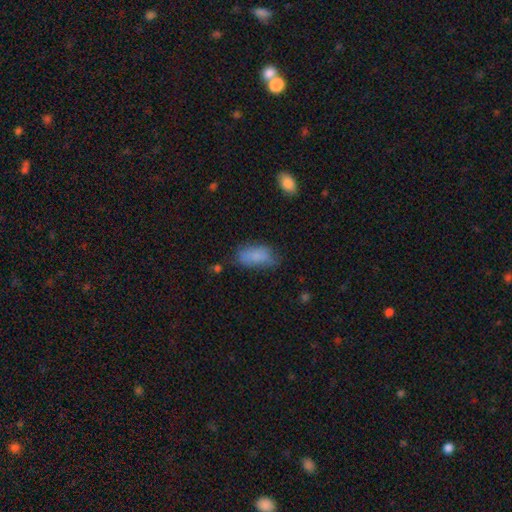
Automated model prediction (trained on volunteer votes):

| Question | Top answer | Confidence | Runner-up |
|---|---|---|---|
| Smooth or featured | smooth | 81% | featured or disk (10%) |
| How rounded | in between | 89% | cigar-shaped (8%) |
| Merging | none | 56% | minor disturbance (30%) |